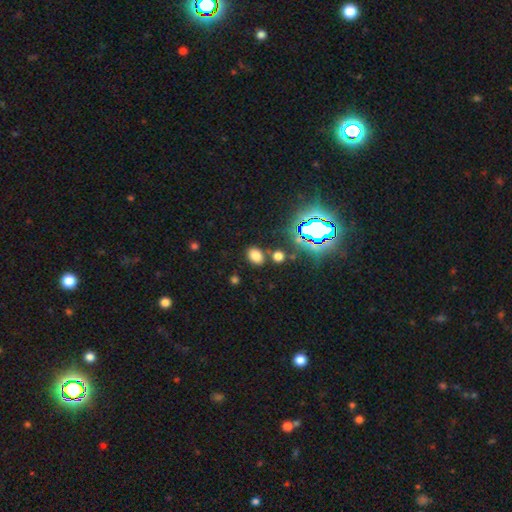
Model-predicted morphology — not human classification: smooth_or_featured: smooth (p=0.70) [alt: star or artifact p=0.23]
how_rounded: in between (p=0.71) [alt: round p=0.28]
merging: none (p=0.79) [alt: minor disturbance p=0.10]